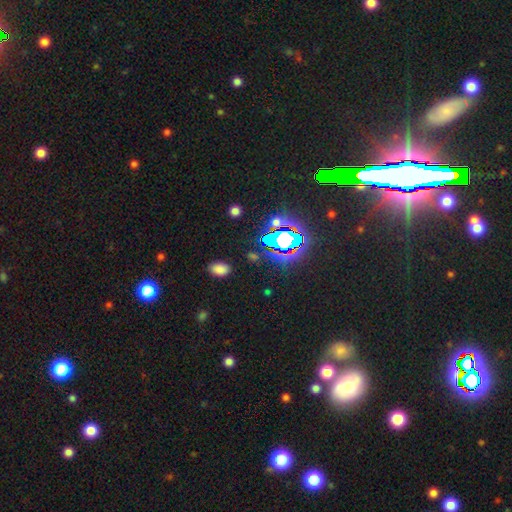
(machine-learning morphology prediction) Smooth or featured? Predicted: star or artifact (p=0.56).